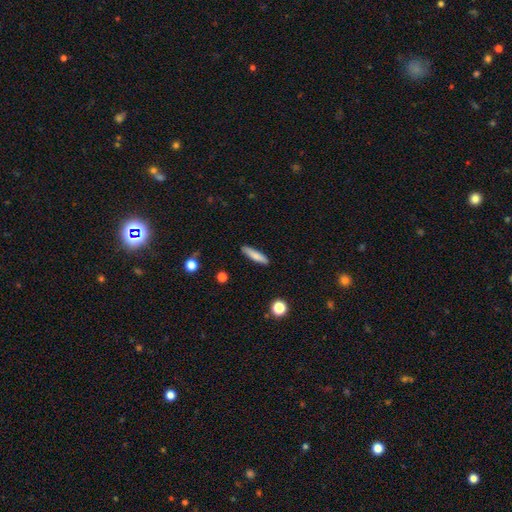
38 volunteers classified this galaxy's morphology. Smooth or featured? smooth (79%)
How rounded? cigar-shaped (90%)
Merging? none (91%)